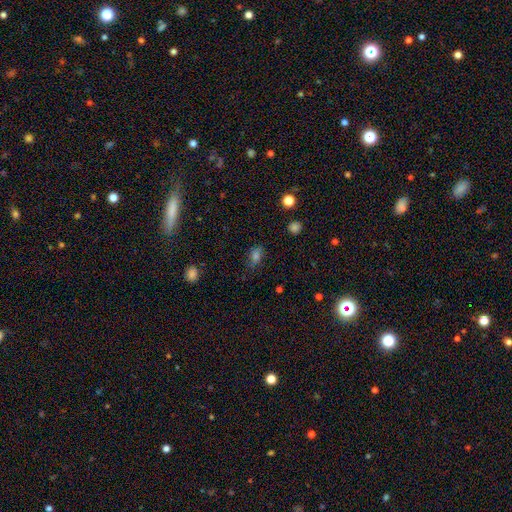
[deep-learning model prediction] This appears to be a smooth galaxy with no disk features (62%) that is in between round and cigar-shaped (76%). Merging: none (73%).